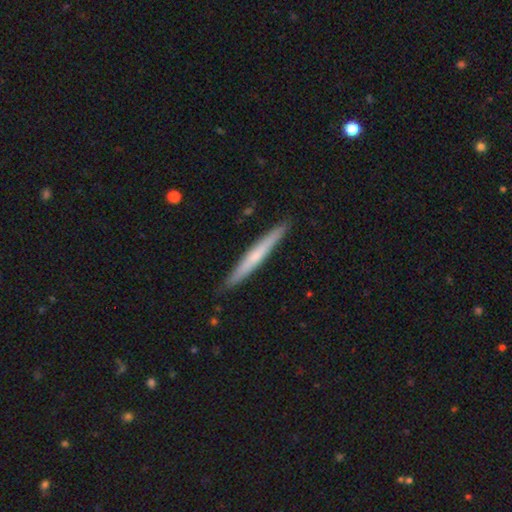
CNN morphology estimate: smooth 50%, featured or disk 45%, star or artifact 5%. Down the decision tree: merging — none (91%).